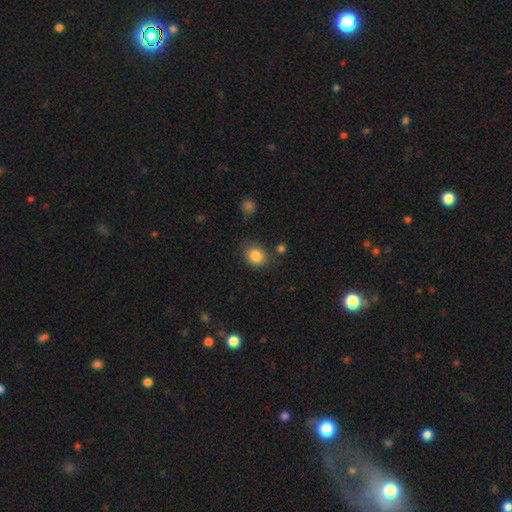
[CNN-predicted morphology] type=smooth (85%); roundness=round (62%); merging=none (74%).